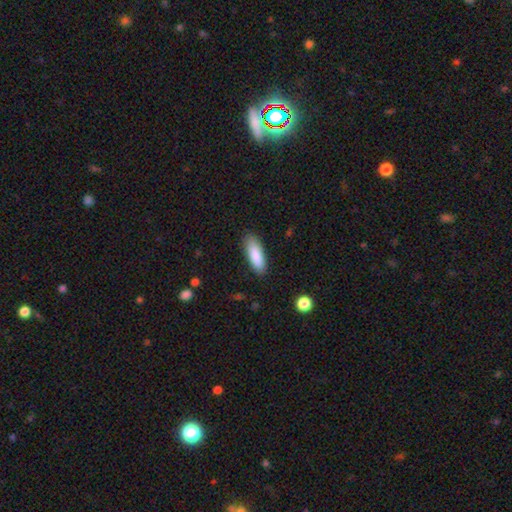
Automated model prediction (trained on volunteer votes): The model was most divided on "how rounded": in between: 60%, cigar-shaped: 38%, round: 2%. More confident: smooth or featured — smooth (87%); merging — none (86%).